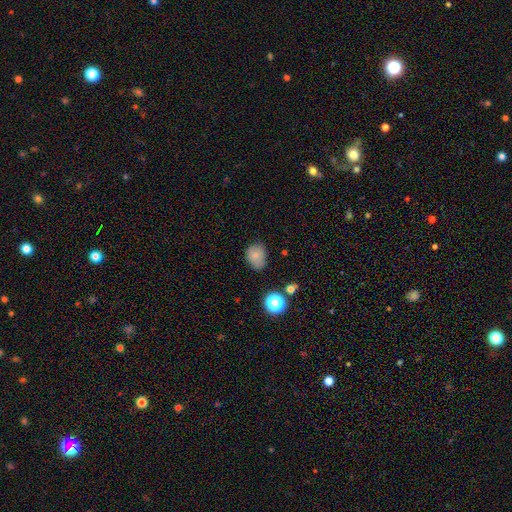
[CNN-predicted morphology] This appears to be a smooth galaxy with no disk features (76%) that is in between round and cigar-shaped (56%). Merging: none (67%).